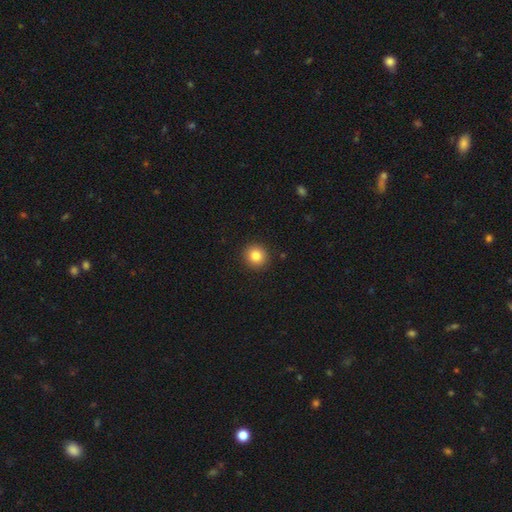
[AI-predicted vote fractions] Q: Smooth or featured?
A: smooth (84%); runner-up: star or artifact (10%)
Q: How rounded?
A: round (90%); runner-up: in between (9%)
Q: Merging?
A: none (92%); runner-up: minor disturbance (5%)